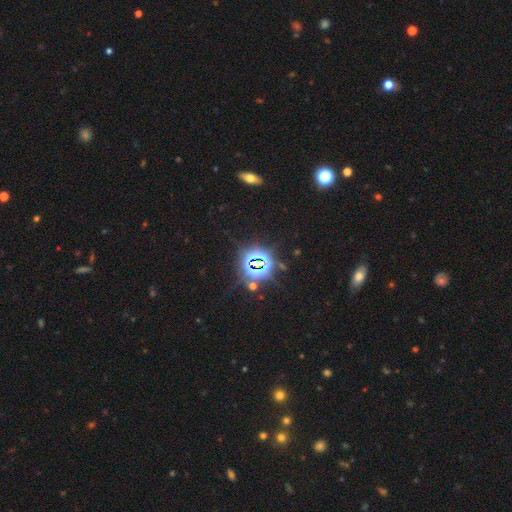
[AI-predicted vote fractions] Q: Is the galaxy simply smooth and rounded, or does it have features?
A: star or artifact — 81%.